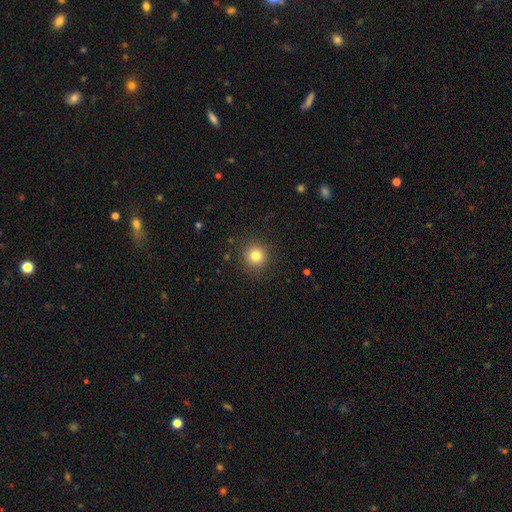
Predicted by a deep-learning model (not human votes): Smooth or featured? Predicted: smooth (p=0.81). How rounded? Predicted: round (p=0.93). Merging? Predicted: none (p=0.89).